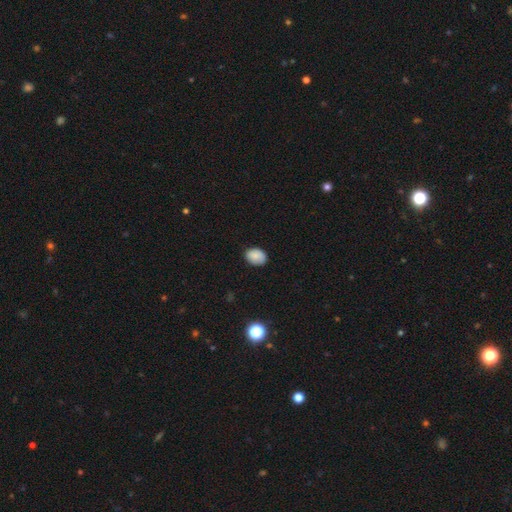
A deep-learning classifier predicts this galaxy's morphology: smooth_or_featured: smooth (p=0.85) [alt: star or artifact p=0.09]
how_rounded: in between (p=0.71) [alt: round p=0.28]
merging: none (p=0.81) [alt: minor disturbance p=0.15]